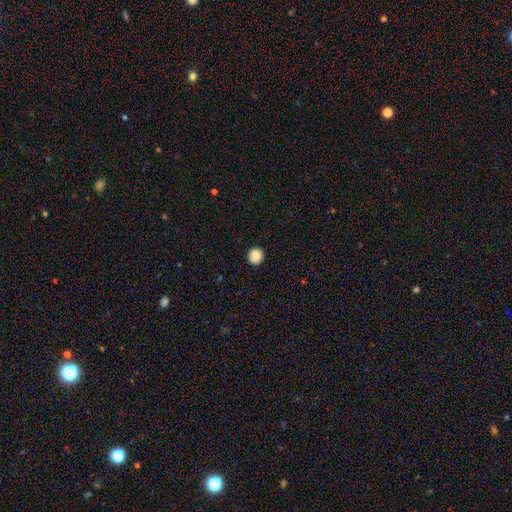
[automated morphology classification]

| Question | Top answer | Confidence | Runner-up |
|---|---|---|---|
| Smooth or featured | smooth | 87% | star or artifact (9%) |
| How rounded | round | 89% | in between (10%) |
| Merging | none | 90% | minor disturbance (7%) |